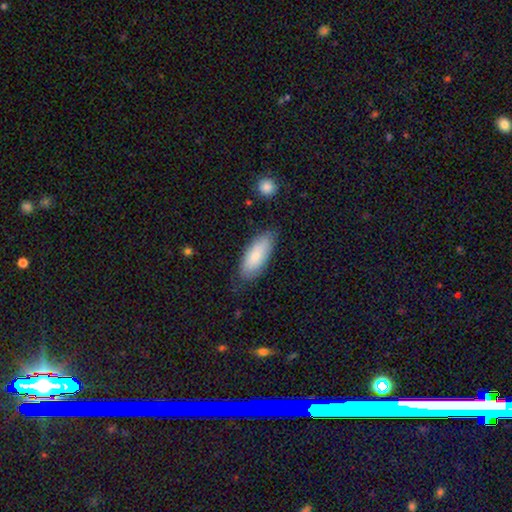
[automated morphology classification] Smooth or featured: smooth — 77% (featured or disk — 17%)
How rounded: in between — 80% (cigar-shaped — 19%)
Merging: none — 76% (minor disturbance — 19%)